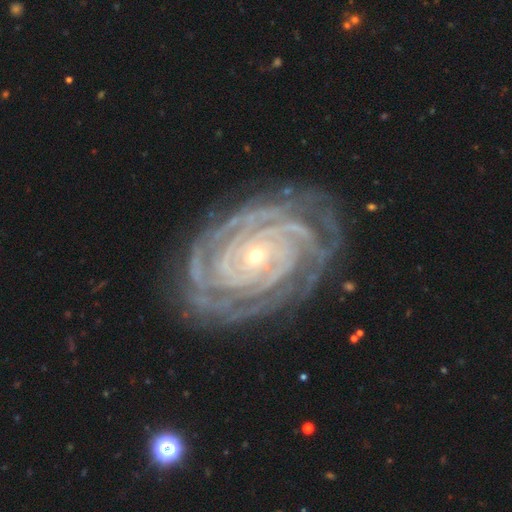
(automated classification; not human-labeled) Morphology: type=featured or disk (92%); edge-on=no (97%); bar=no (74%); spiral arms=yes (98%); winding=tight (88%); arm count=4 (21%); bulge=small (77%); merging=none (79%).